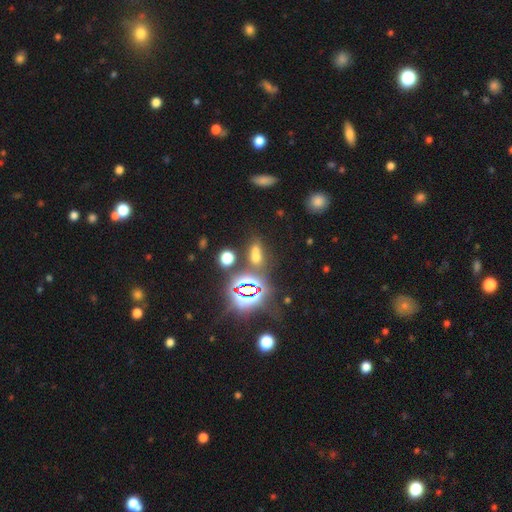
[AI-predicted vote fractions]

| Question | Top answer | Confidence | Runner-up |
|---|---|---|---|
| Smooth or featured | star or artifact | 46% | smooth (43%) |